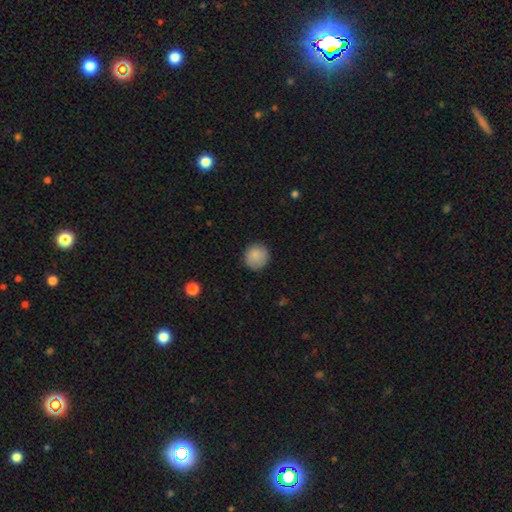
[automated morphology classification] A smooth galaxy with no disk features (88%) that is round (93%). Merging: none (88%).